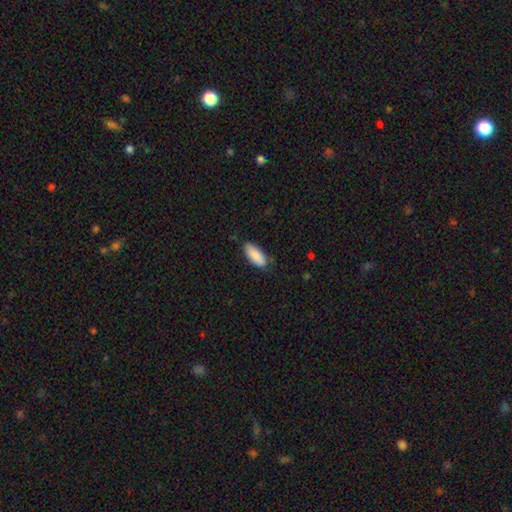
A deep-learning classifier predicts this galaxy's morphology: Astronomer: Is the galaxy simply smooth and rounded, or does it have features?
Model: smooth — 89%.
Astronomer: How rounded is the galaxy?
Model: in between — 80%.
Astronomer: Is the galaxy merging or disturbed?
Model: none — 80%.